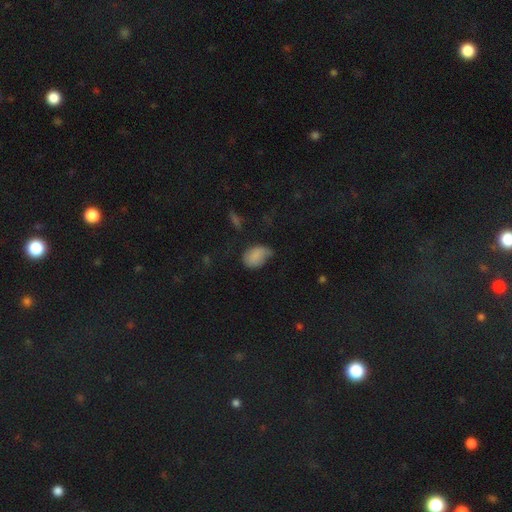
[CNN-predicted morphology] A smooth galaxy with no disk features (79%) that is in between round and cigar-shaped (77%).

Vote fractions:
- Smooth or featured? smooth: 79% / featured or disk: 11% / star or artifact: 9%
- How rounded? in between: 77% / round: 22% / cigar-shaped: 1%
- Merging? minor disturbance: 39% / none: 36% / major disturbance: 21% / merger: 4%